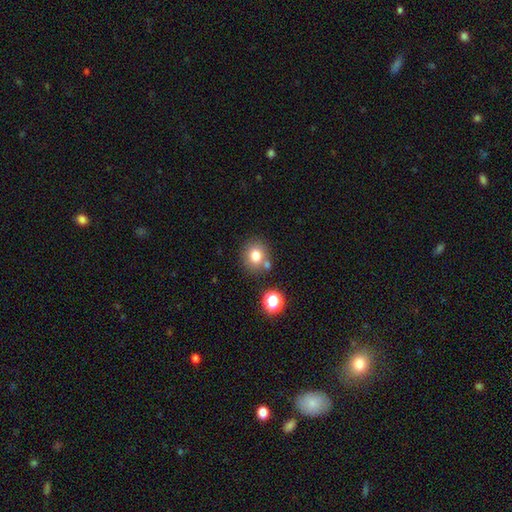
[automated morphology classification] Overall: smooth (77%). How rounded: round (80%). Merging: none (72%).